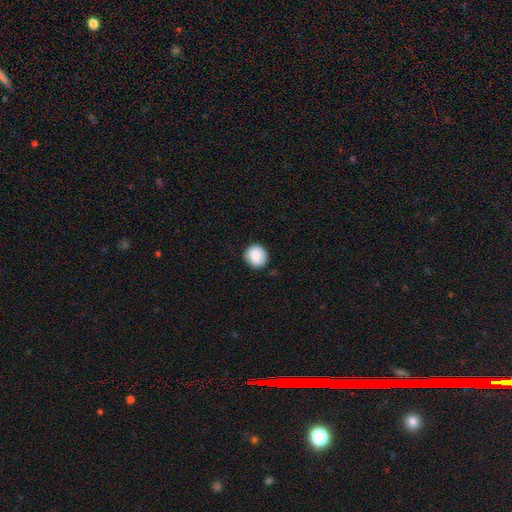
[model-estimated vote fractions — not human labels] This is clearly a smooth galaxy (86%). How rounded: clearly round (89%). Merging: clearly none (87%).